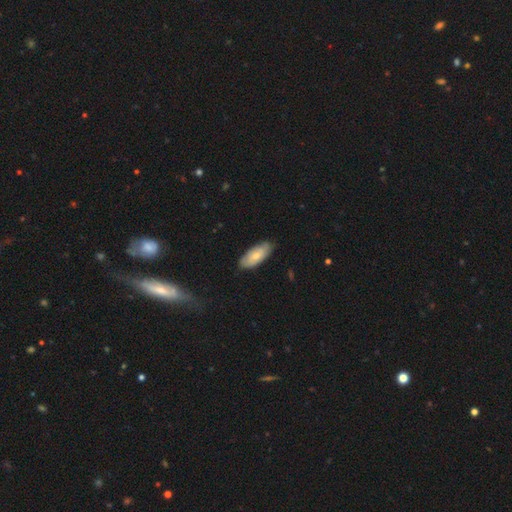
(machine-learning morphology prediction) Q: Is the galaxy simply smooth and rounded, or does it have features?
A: smooth — 65%.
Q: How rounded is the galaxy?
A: in between — 86%.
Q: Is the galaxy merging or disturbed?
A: none — 79%.